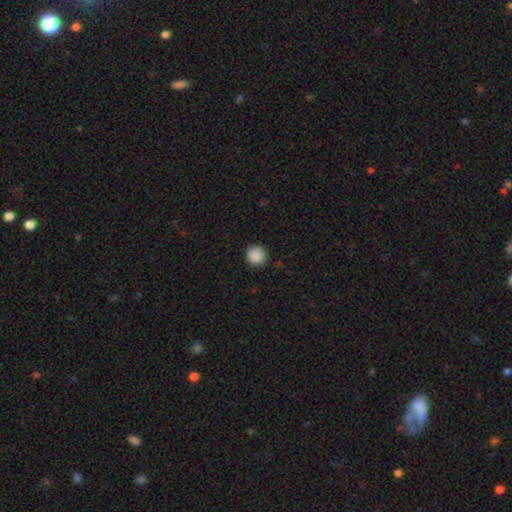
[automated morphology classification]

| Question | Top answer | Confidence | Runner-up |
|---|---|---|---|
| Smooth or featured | smooth | 89% | star or artifact (9%) |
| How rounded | round | 93% | in between (6%) |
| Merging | none | 90% | minor disturbance (7%) |